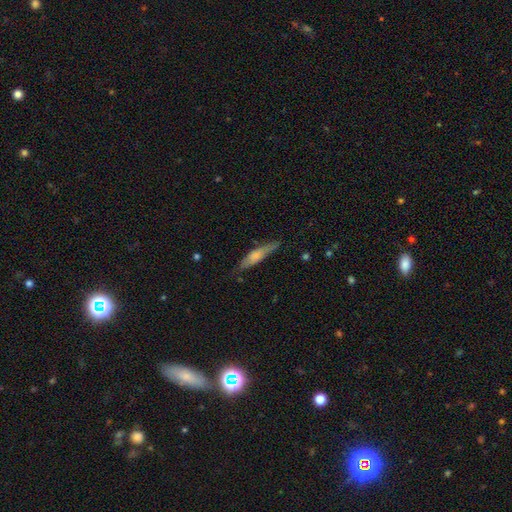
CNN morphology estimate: A smooth galaxy with no disk features (64%) that is cigar-shaped (75%). Merging: none (69%).